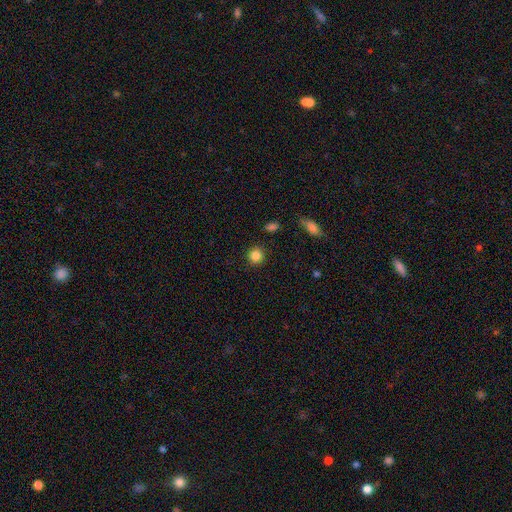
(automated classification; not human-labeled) Smooth or featured? smooth (85%)
How rounded? round (92%)
Merging? none (90%)